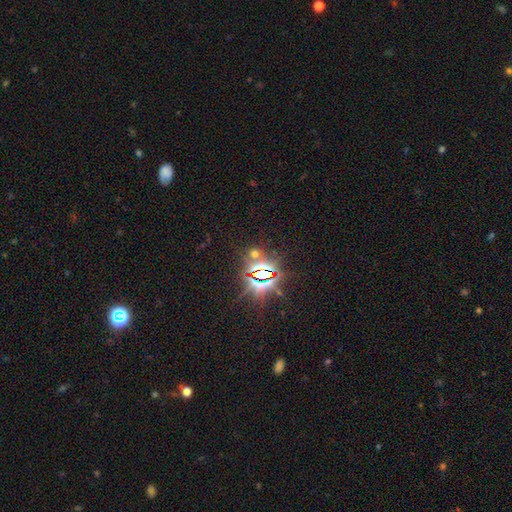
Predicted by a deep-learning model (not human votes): Smooth or featured: star or artifact — 84% (smooth — 9%)